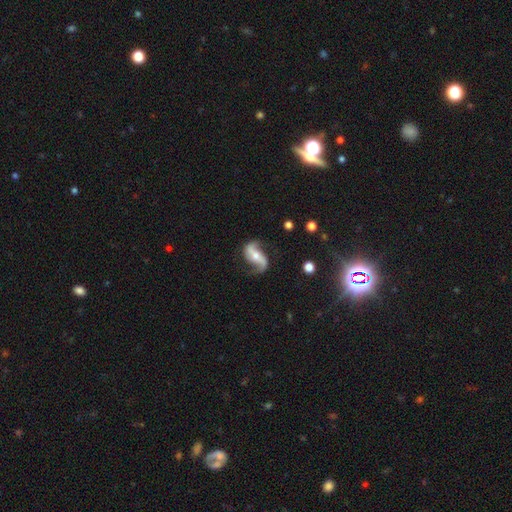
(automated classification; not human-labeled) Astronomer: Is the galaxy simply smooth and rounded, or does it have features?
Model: featured or disk — 86%.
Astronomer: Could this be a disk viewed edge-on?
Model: no — 96%.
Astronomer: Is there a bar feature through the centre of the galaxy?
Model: strong — 41% (runner-up: no, 31%).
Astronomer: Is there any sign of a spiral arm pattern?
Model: yes — 96%.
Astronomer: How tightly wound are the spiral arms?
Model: loose — 68%.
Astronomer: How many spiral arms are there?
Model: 2 — 92%.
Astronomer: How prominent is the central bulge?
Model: moderate — 50% (runner-up: small, 42%).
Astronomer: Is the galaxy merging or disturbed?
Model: none — 73%.